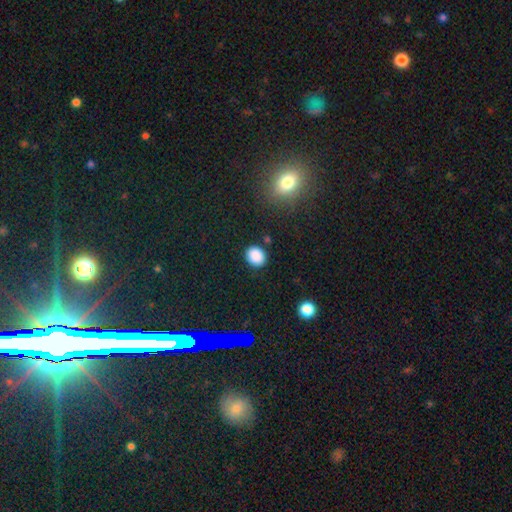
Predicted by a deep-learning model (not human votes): Morphology: type=smooth (87%); roundness=round (61%); merging=none (86%).